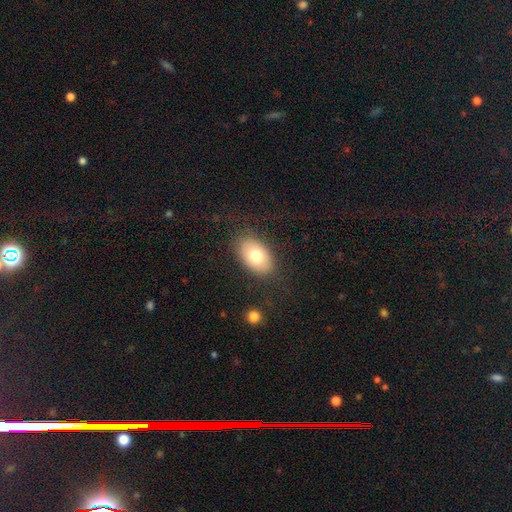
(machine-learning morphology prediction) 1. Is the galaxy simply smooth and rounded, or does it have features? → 74% smooth, 19% featured or disk, 7% star or artifact.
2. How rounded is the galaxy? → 90% in between, 9% round, 1% cigar-shaped.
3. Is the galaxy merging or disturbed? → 83% none, 11% minor disturbance, 4% major disturbance, 1% merger.